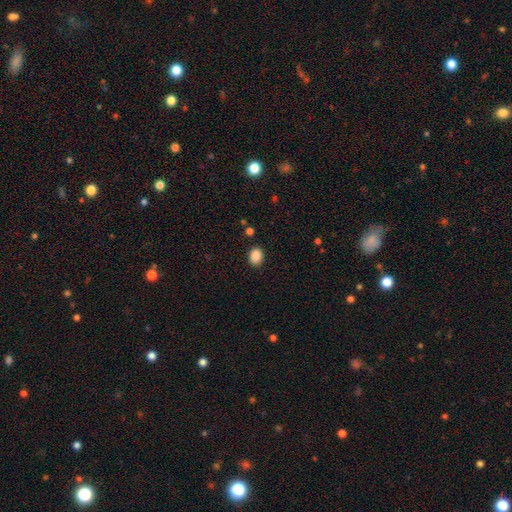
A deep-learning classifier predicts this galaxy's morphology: Overall: smooth (88%). How rounded: in between (60%; round 39%). Merging: none (88%).